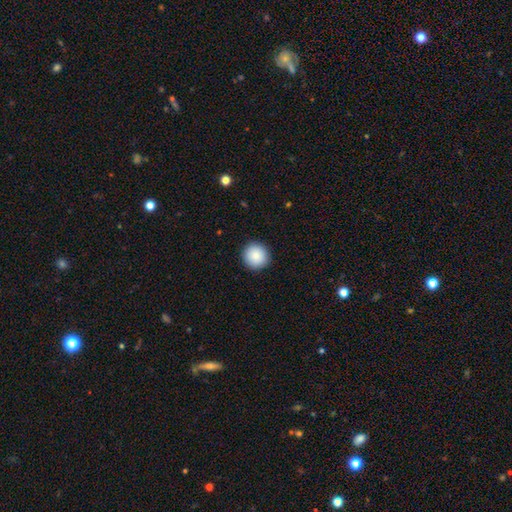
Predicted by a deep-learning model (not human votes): Smooth or featured?
  - smooth: 87% *
  - star or artifact: 8%
  - featured or disk: 5%
How rounded?
  - round: 95% *
  - in between: 4%
  - cigar-shaped: 1%
Merging?
  - none: 92% *
  - minor disturbance: 5%
  - major disturbance: 2%
  - merger: 1%